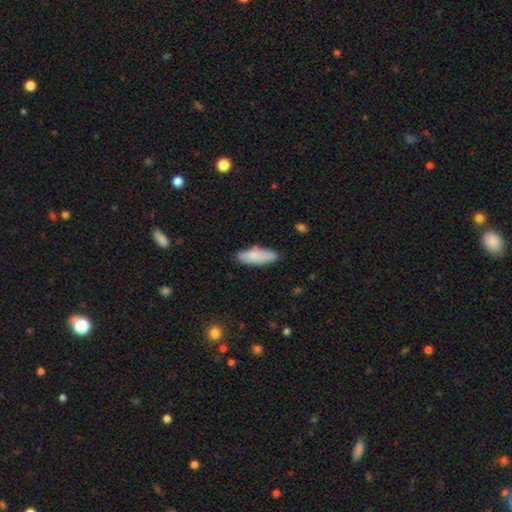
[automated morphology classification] Smooth or featured?
  - smooth: 83% *
  - featured or disk: 11%
  - star or artifact: 6%
How rounded?
  - in between: 61% *
  - cigar-shaped: 37%
  - round: 2%
Merging?
  - none: 79% *
  - minor disturbance: 16%
  - major disturbance: 3%
  - merger: 2%